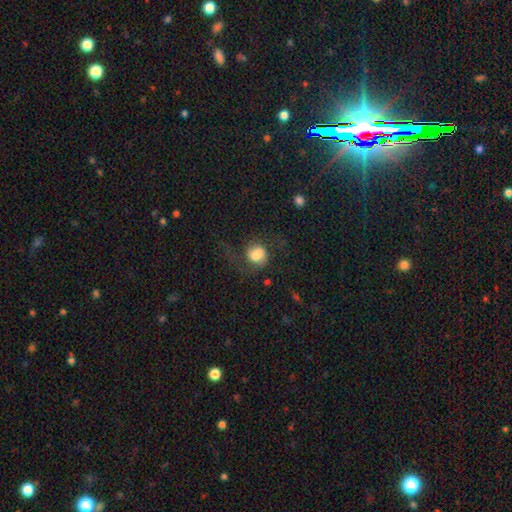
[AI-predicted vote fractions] smooth 60%, featured or disk 31%, star or artifact 9%. Down the decision tree: how rounded — round (71%); merging — none (45%).